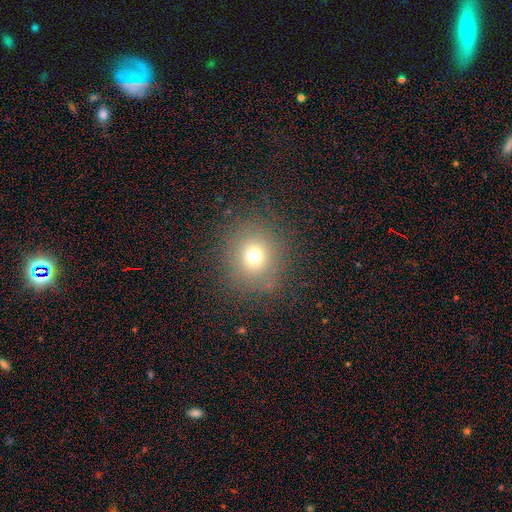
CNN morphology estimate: smooth_or_featured: smooth (p=0.69) [alt: star or artifact p=0.18]
how_rounded: round (p=0.86) [alt: in between p=0.13]
merging: none (p=0.85) [alt: minor disturbance p=0.09]